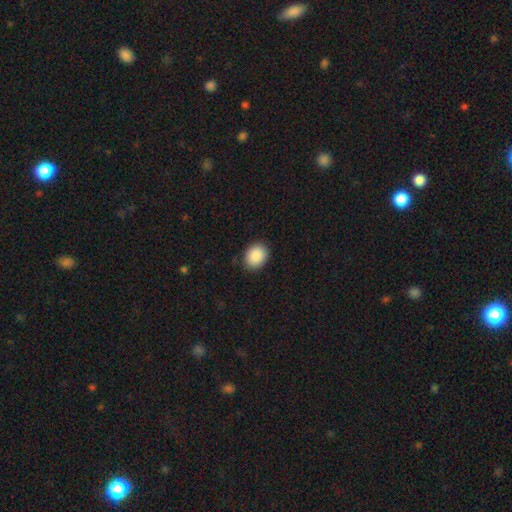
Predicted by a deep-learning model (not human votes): This is clearly a smooth galaxy (90%). How rounded: possibly in between (53%). Merging: clearly none (88%).